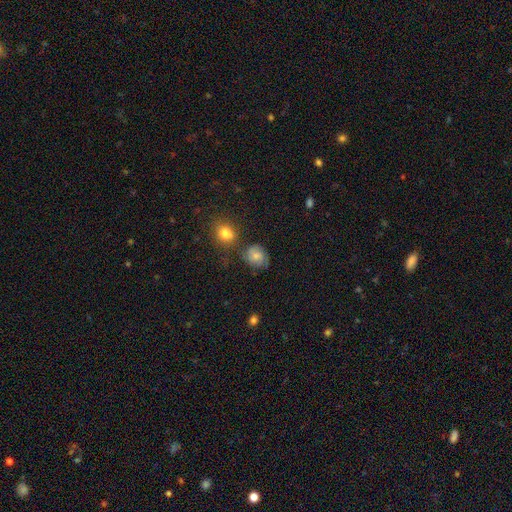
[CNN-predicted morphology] Smooth or featured? Predicted: smooth (p=0.59). How rounded? Predicted: round (p=0.61). Merging? Predicted: none (p=0.60).